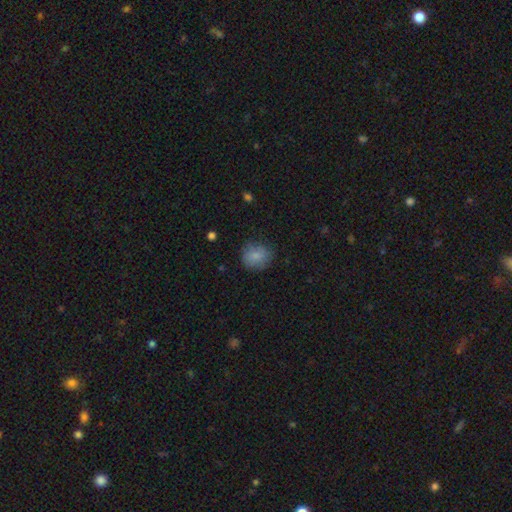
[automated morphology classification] Smooth or featured: smooth — 84% (featured or disk — 8%)
How rounded: round — 72% (in between — 27%)
Merging: none — 75% (minor disturbance — 18%)